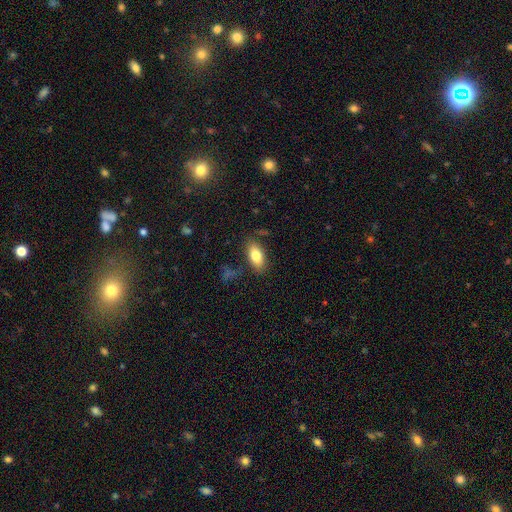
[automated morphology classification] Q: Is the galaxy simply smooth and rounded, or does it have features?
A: smooth — 80%.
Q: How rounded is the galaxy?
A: in between — 89%.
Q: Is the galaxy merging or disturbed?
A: none — 80%.